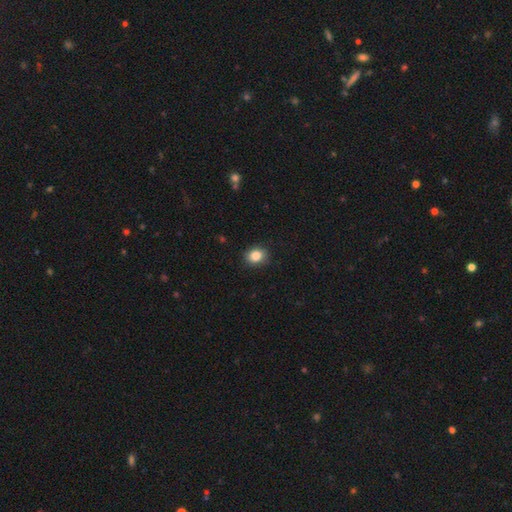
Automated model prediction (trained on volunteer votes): A smooth galaxy with no disk features (86%) that is round (51%). Merging: none (86%).